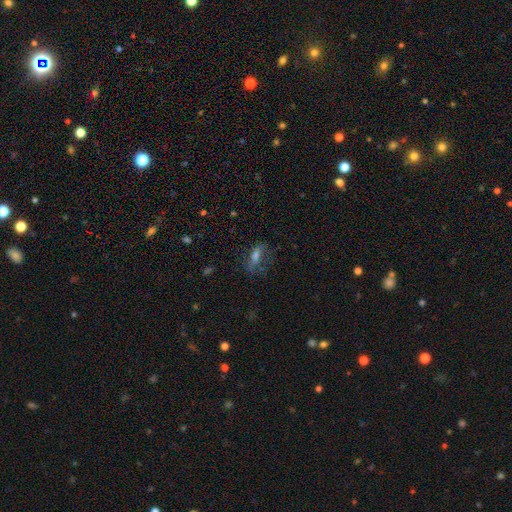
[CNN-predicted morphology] A smooth galaxy with no disk features (42%). Merging: none (57%).